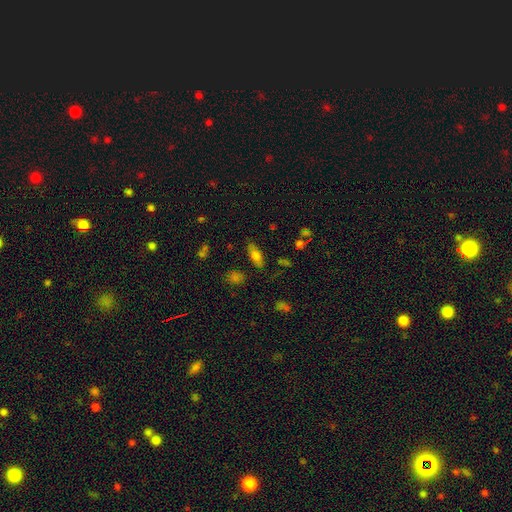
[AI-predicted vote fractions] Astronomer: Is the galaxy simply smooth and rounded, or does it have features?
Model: smooth — 71%.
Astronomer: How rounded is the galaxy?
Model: in between — 76%.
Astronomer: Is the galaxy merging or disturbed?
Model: none — 81%.